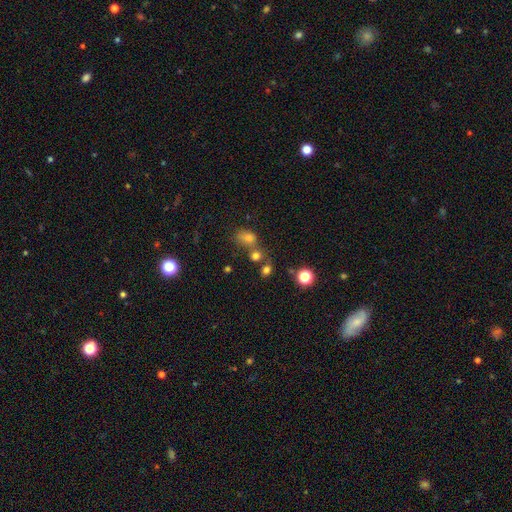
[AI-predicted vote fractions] A smooth galaxy with no disk features (72%) that is round (61%). Merging: none (52%).